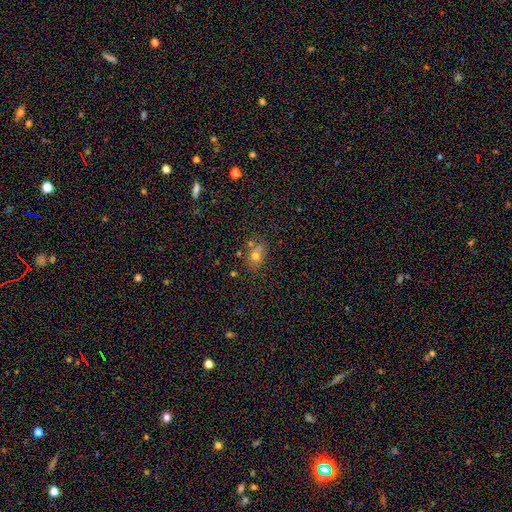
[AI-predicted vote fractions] The model was most divided on "how rounded": in between: 54%, round: 45%, cigar-shaped: 2%. More confident: smooth or featured — smooth (70%); merging — none (62%).